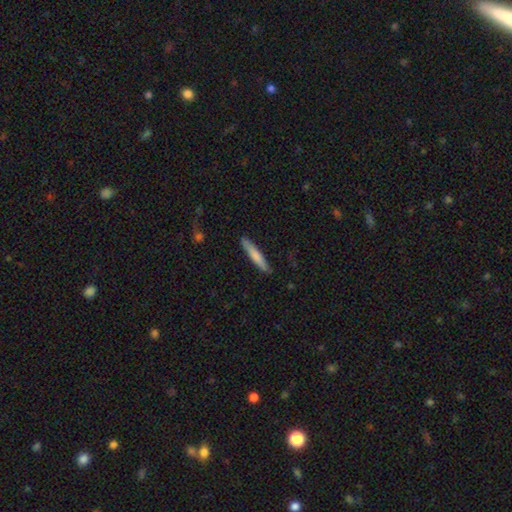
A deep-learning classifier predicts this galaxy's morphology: This appears to be a smooth galaxy with no disk features (74%) that is cigar-shaped (93%). Merging: none (88%).